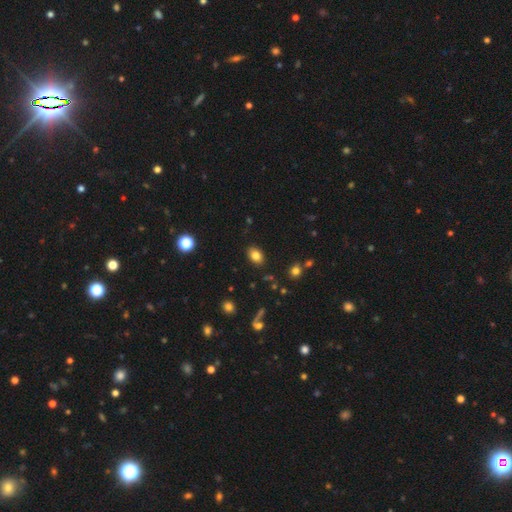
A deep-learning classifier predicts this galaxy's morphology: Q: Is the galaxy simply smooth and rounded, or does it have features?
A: smooth — 81%.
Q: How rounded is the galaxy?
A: in between — 77%.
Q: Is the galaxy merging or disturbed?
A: none — 86%.